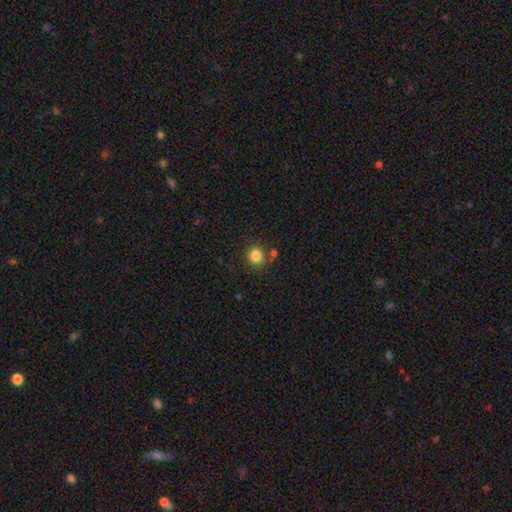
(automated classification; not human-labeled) Smooth or featured: smooth — 83% (star or artifact — 12%)
How rounded: round — 89% (in between — 10%)
Merging: none — 78% (minor disturbance — 10%)